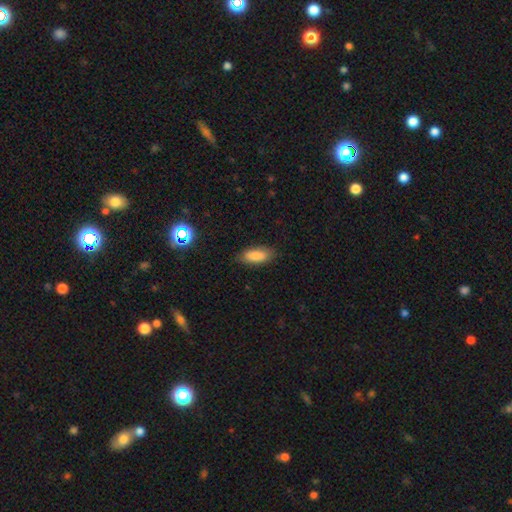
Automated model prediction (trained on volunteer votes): Overall: smooth (83%). How rounded: in between (77%). Merging: none (84%).